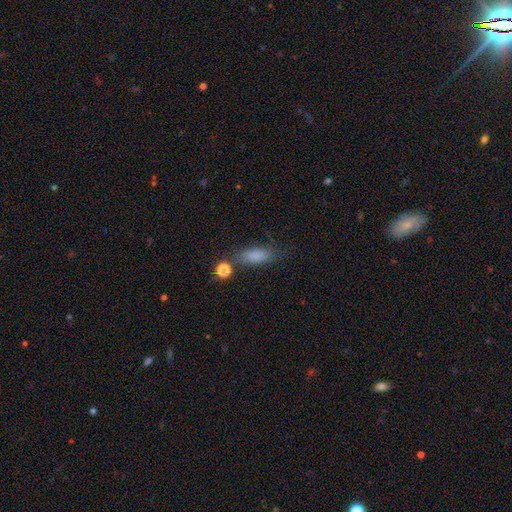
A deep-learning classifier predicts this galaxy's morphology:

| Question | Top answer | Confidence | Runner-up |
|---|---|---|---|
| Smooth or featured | smooth | 81% | star or artifact (10%) |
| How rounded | in between | 71% | cigar-shaped (24%) |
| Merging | none | 65% | minor disturbance (20%) |